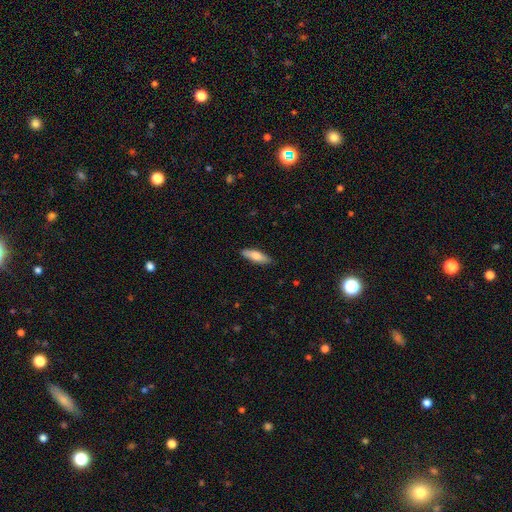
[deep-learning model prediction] The model was most divided on "how rounded": cigar-shaped: 53%, in between: 46%, round: 2%. More confident: merging — none (86%); smooth or featured — smooth (77%).